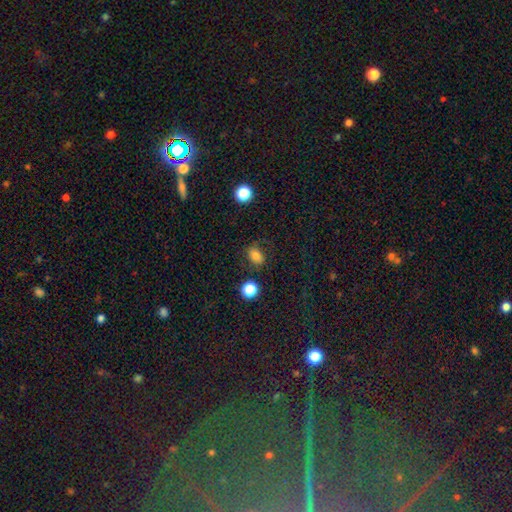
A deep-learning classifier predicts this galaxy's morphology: This is clearly a smooth galaxy (80%). How rounded: likely in between (75%). Merging: likely none (75%).